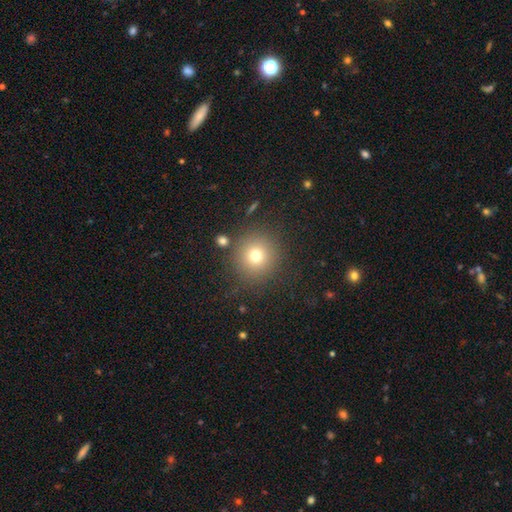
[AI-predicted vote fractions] A smooth galaxy with no disk features (73%) that is round (93%).

Vote fractions:
- Smooth or featured? smooth: 73% / star or artifact: 16% / featured or disk: 11%
- How rounded? round: 93% / in between: 6% / cigar-shaped: 1%
- Merging? none: 84% / minor disturbance: 8% / major disturbance: 4% / merger: 3%